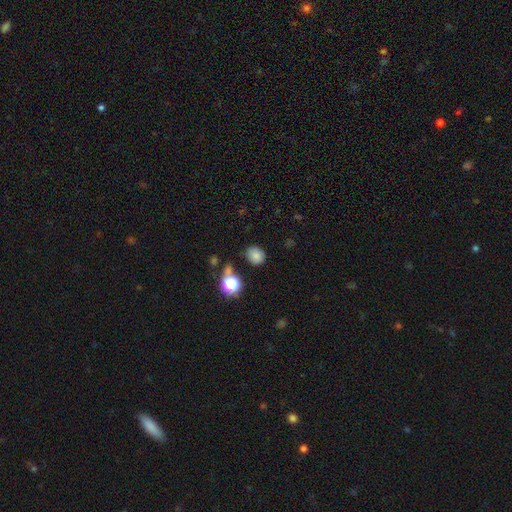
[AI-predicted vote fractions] smooth-or-featured: smooth: 80% | star or artifact: 14% | featured or disk: 6%
  how-rounded: round: 66% | in between: 33% | cigar-shaped: 1%
  merging: none: 78% | minor disturbance: 13% | merger: 5% | major disturbance: 4%